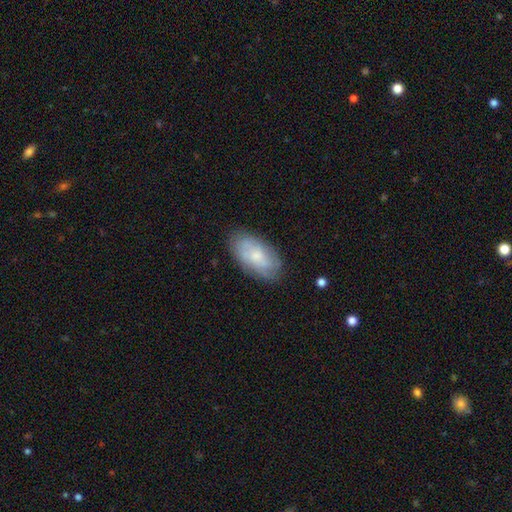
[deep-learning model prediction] Smooth or featured?
  - smooth: 60% *
  - featured or disk: 33%
  - star or artifact: 7%
How rounded?
  - in between: 93% *
  - round: 4%
  - cigar-shaped: 3%
Merging?
  - none: 76% *
  - minor disturbance: 18%
  - major disturbance: 5%
  - merger: 1%